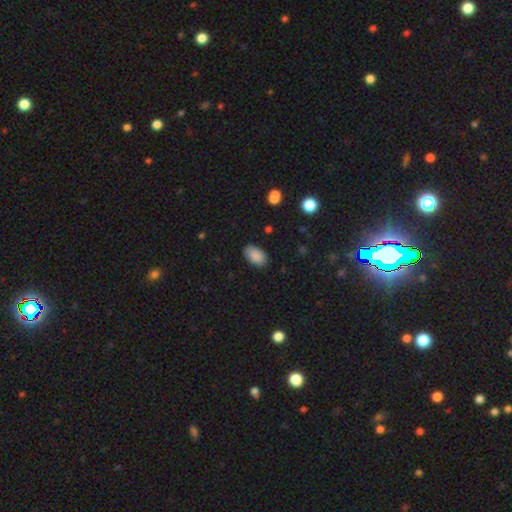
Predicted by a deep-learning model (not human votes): smooth 89%, star or artifact 7%, featured or disk 4%. Down the decision tree: how rounded — in between (93%); merging — none (85%).